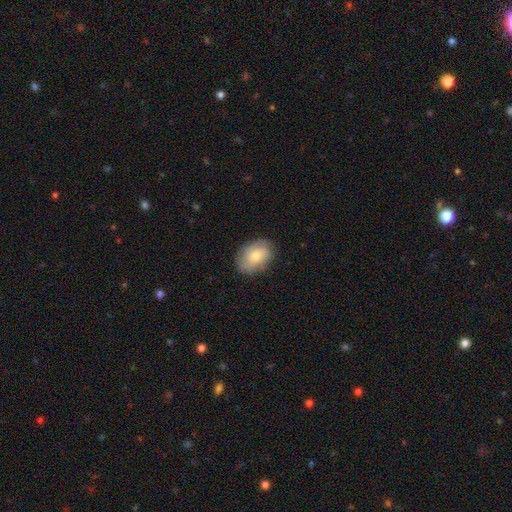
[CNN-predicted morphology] Smooth or featured? Predicted: smooth (p=0.58). How rounded? Predicted: in between (p=0.73). Merging? Predicted: none (p=0.78).